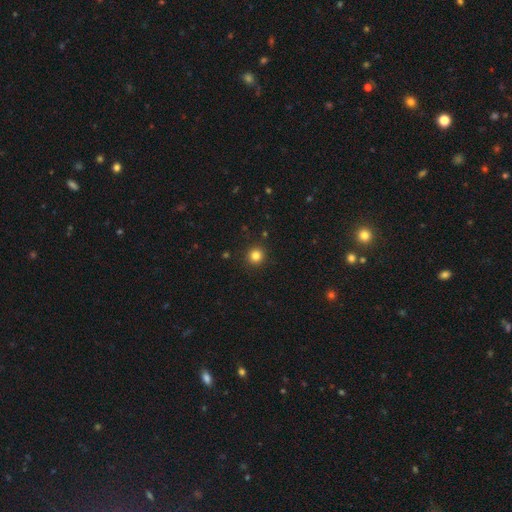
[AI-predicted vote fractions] smooth_or_featured: smooth (p=0.83) [alt: star or artifact p=0.13]
how_rounded: round (p=0.94) [alt: in between p=0.05]
merging: none (p=0.92) [alt: minor disturbance p=0.05]